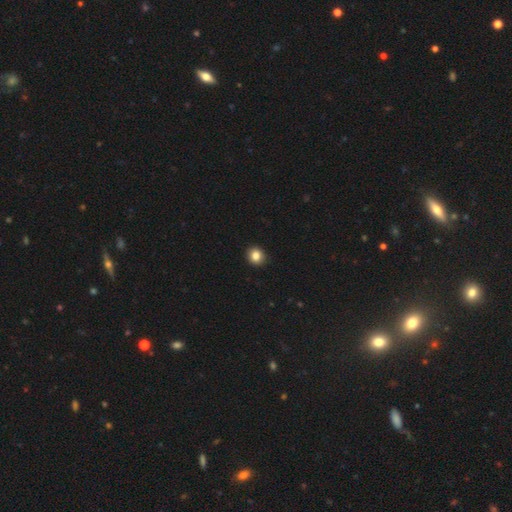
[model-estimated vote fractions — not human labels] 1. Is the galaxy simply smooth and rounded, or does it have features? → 85% smooth, 10% star or artifact, 5% featured or disk.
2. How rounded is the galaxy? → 84% round, 15% in between, 1% cigar-shaped.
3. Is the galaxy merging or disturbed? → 93% none, 5% minor disturbance, 1% major disturbance, 1% merger.